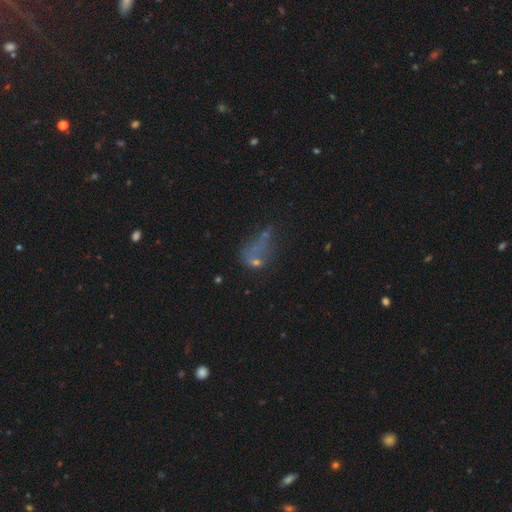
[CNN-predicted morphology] This appears to be a smooth galaxy with no disk features (43%). Merging: major disturbance (35%).